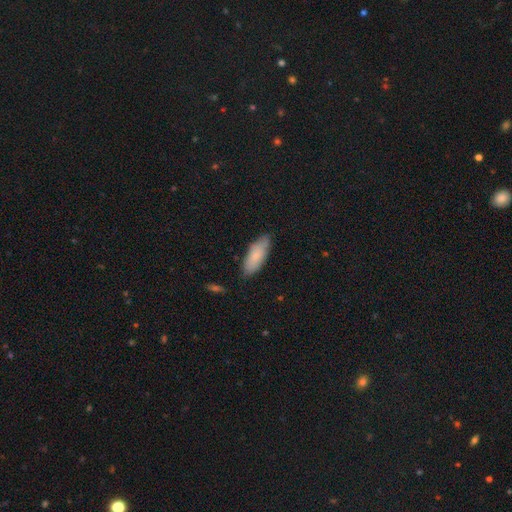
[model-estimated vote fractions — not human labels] Overall: smooth (80%). How rounded: in between (75%). Merging: none (75%).